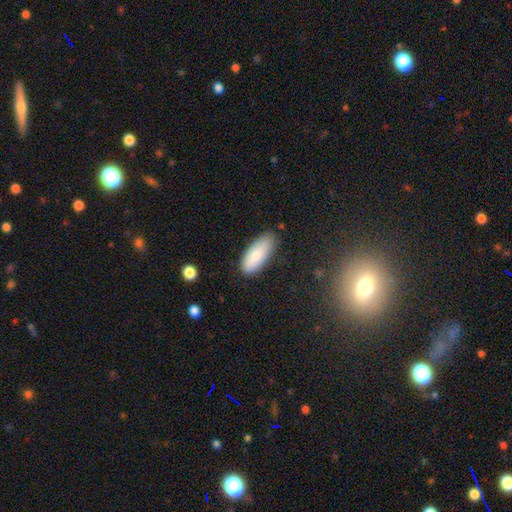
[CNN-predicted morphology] A smooth galaxy with no disk features (82%) that is in between round and cigar-shaped (78%).

Vote fractions:
- Smooth or featured? smooth: 82% / featured or disk: 12% / star or artifact: 7%
- How rounded? in between: 78% / cigar-shaped: 20% / round: 2%
- Merging? none: 77% / minor disturbance: 18% / major disturbance: 3% / merger: 2%